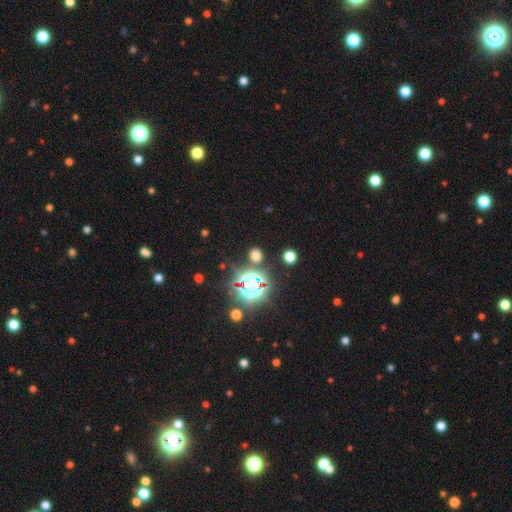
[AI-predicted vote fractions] smooth_or_featured: smooth (p=0.56) [alt: star or artifact p=0.37]
how_rounded: round (p=0.82) [alt: in between p=0.17]
merging: none (p=0.84) [alt: minor disturbance p=0.08]